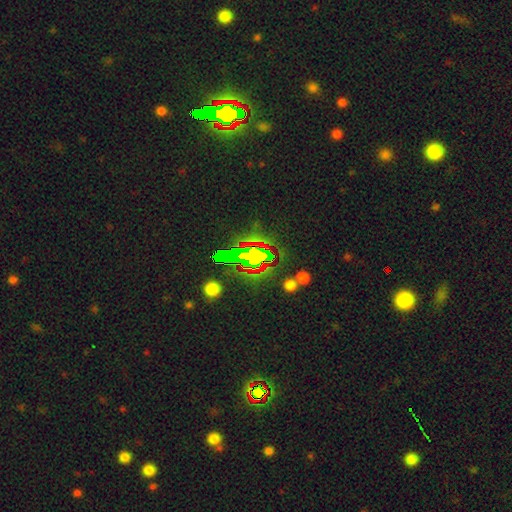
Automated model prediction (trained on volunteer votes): Smooth or featured? star or artifact (68%)